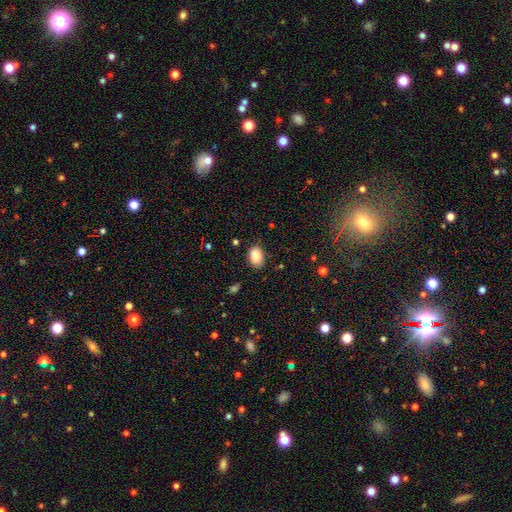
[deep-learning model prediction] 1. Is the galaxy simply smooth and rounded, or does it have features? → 88% smooth, 8% star or artifact, 4% featured or disk.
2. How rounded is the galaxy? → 85% in between, 14% round, 1% cigar-shaped.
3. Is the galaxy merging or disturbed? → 78% none, 17% minor disturbance, 3% major disturbance, 2% merger.